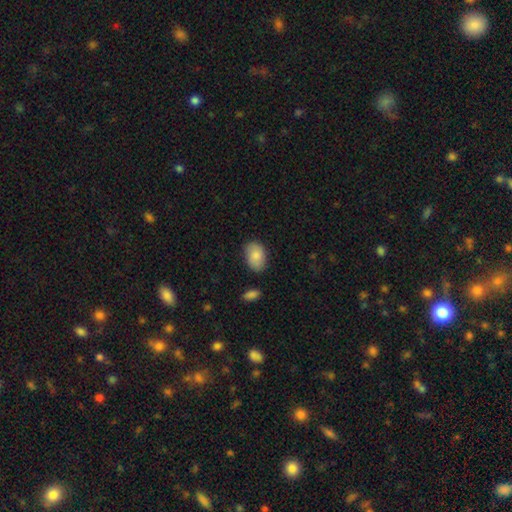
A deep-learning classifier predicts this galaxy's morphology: Smooth or featured? Predicted: smooth (p=0.84). How rounded? Predicted: in between (p=0.86). Merging? Predicted: none (p=0.81).